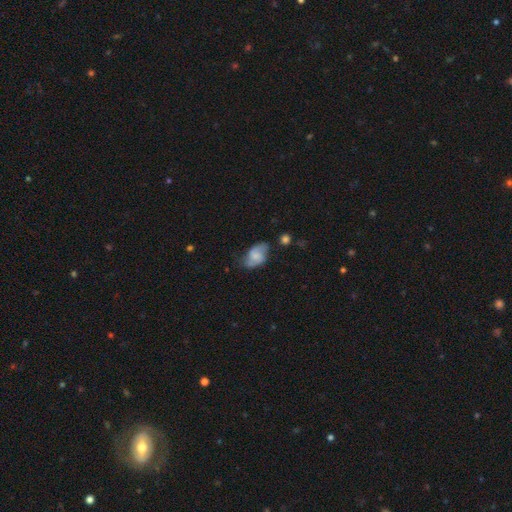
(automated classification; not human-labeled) Overall: featured or disk (50%; smooth 42%). Merging: none (56%; minor disturbance 29%).